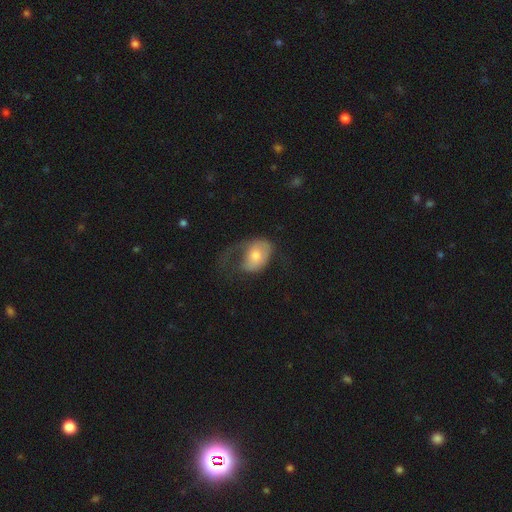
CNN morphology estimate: smooth-or-featured: smooth: 59% | featured or disk: 33% | star or artifact: 7%
  how-rounded: in between: 78% | round: 21% | cigar-shaped: 1%
  merging: major disturbance: 53% | minor disturbance: 23% | none: 22% | merger: 2%